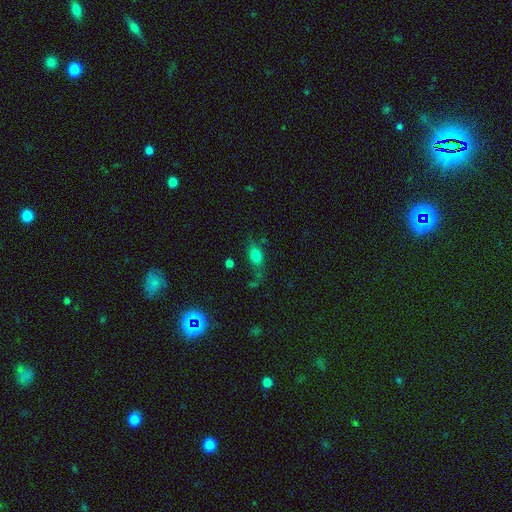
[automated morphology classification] Smooth or featured: smooth — 72% (featured or disk — 15%)
How rounded: in between — 75% (round — 16%)
Merging: none — 58% (minor disturbance — 22%)